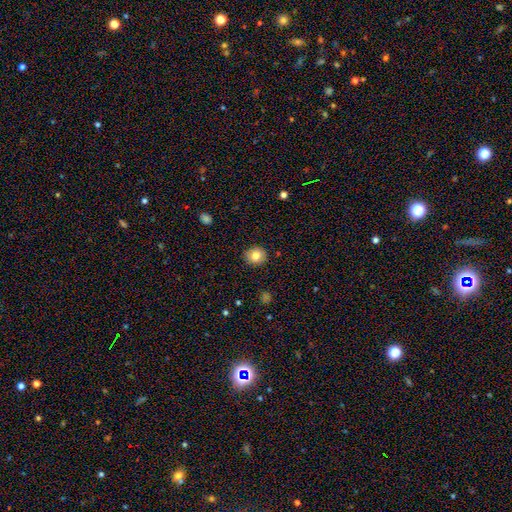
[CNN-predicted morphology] Smooth or featured?
  - smooth: 81% *
  - featured or disk: 10%
  - star or artifact: 9%
How rounded?
  - round: 80% *
  - in between: 19%
  - cigar-shaped: 1%
Merging?
  - none: 90% *
  - minor disturbance: 7%
  - major disturbance: 2%
  - merger: 1%